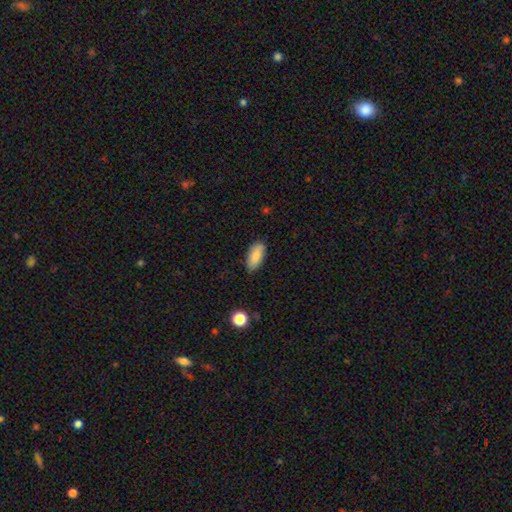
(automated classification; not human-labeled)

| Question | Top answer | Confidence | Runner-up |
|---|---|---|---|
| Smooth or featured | smooth | 83% | featured or disk (10%) |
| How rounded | in between | 89% | cigar-shaped (9%) |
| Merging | none | 83% | minor disturbance (13%) |